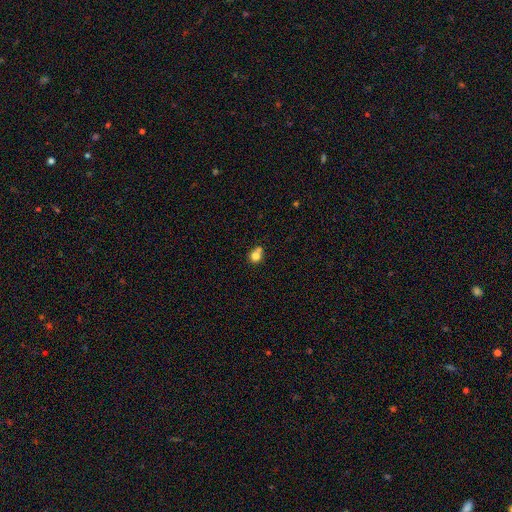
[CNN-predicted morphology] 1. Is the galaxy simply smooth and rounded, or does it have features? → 78% smooth, 12% star or artifact, 11% featured or disk.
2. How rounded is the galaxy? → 77% round, 22% in between, 1% cigar-shaped.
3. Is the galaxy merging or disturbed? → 50% none, 34% merger, 12% minor disturbance, 5% major disturbance.